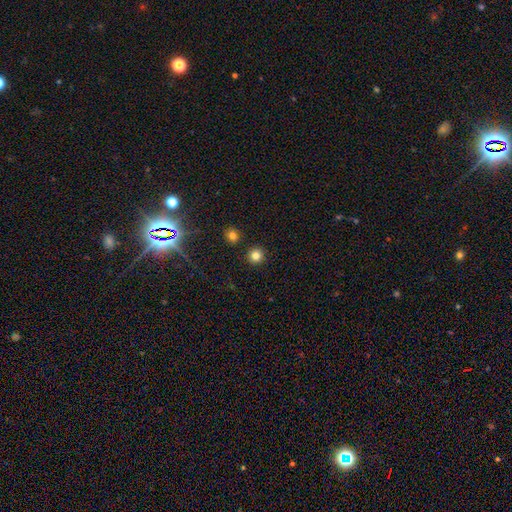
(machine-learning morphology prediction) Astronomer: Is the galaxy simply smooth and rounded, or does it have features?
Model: smooth — 81%.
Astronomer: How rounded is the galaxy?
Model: round — 94%.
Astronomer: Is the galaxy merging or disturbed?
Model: none — 91%.